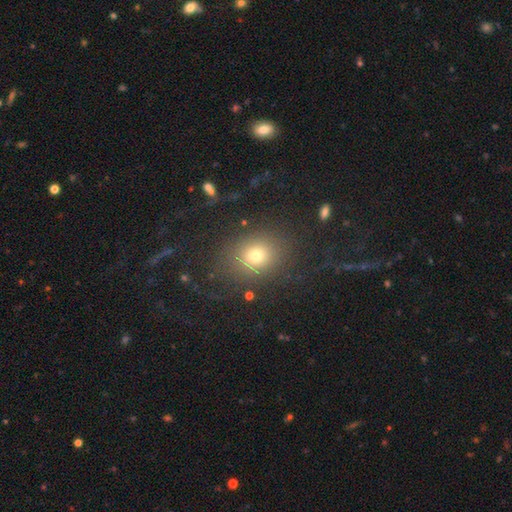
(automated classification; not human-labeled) smooth_or_featured: smooth (p=0.71) [alt: star or artifact p=0.18]
how_rounded: round (p=0.64) [alt: in between p=0.35]
merging: none (p=0.80) [alt: minor disturbance p=0.11]